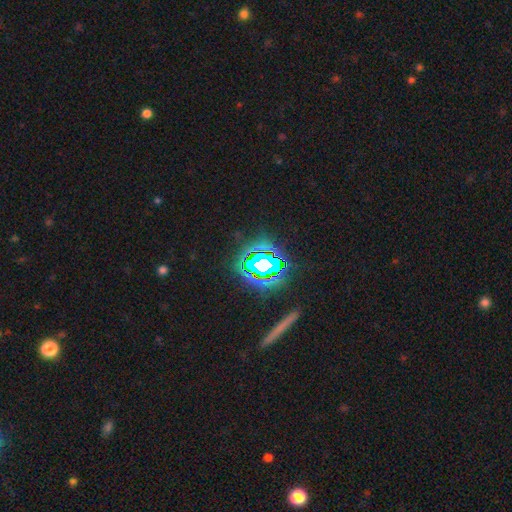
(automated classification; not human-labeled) A star or artifact, not a galaxy (70%).

Vote fractions:
- Smooth or featured? star or artifact: 70% / featured or disk: 15% / smooth: 15%